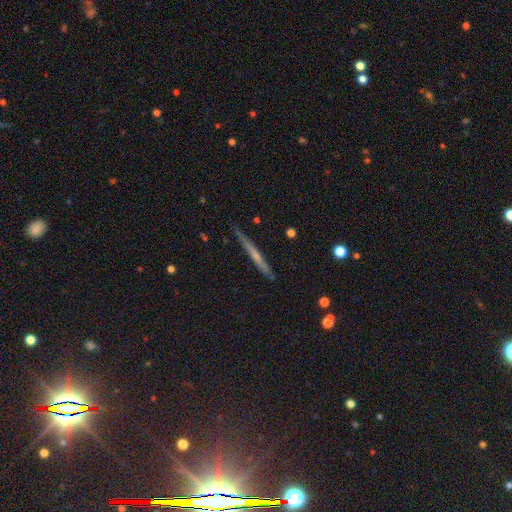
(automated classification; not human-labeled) Smooth or featured? featured or disk (50%)
Edge-on disk? yes (97%)
Merging? none (85%)